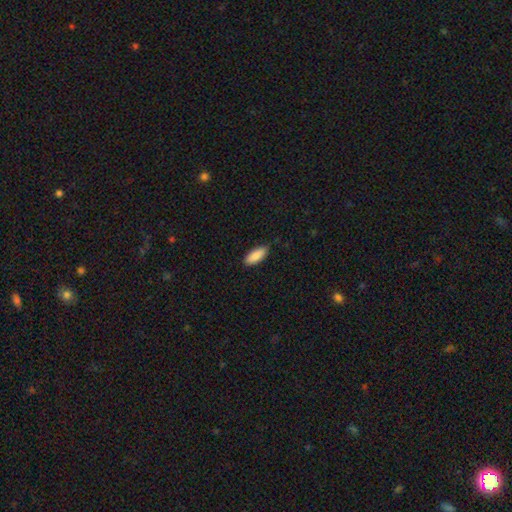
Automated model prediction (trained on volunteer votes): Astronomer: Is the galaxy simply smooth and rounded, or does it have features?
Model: smooth — 88%.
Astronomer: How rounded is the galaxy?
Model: in between — 82%.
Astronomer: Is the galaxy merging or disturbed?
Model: none — 84%.